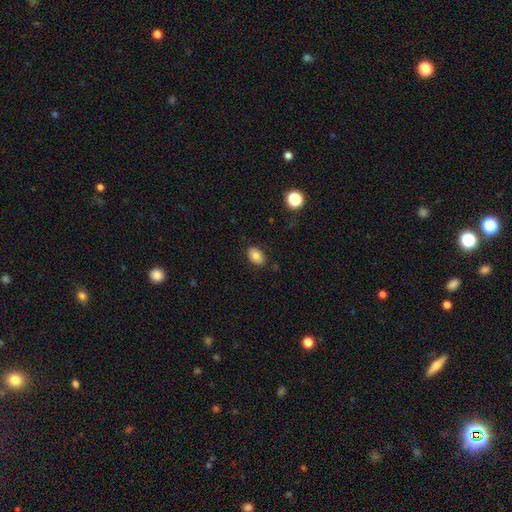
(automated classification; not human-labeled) smooth-or-featured: smooth: 83% | featured or disk: 9% | star or artifact: 9%
  how-rounded: in between: 88% | round: 11% | cigar-shaped: 1%
  merging: none: 86% | minor disturbance: 10% | major disturbance: 2% | merger: 1%